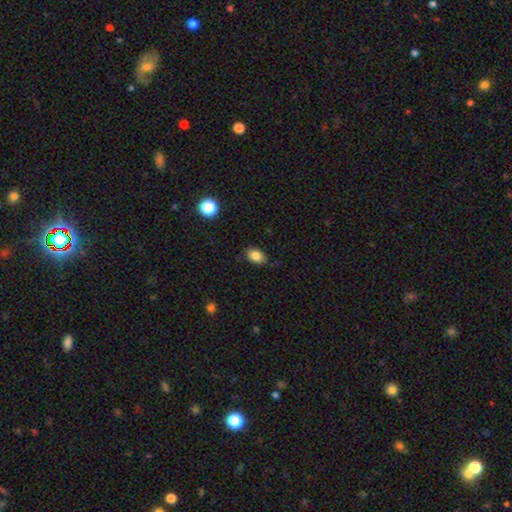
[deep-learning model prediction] Smooth or featured? Predicted: smooth (p=0.84). How rounded? Predicted: in between (p=0.80). Merging? Predicted: none (p=0.81).